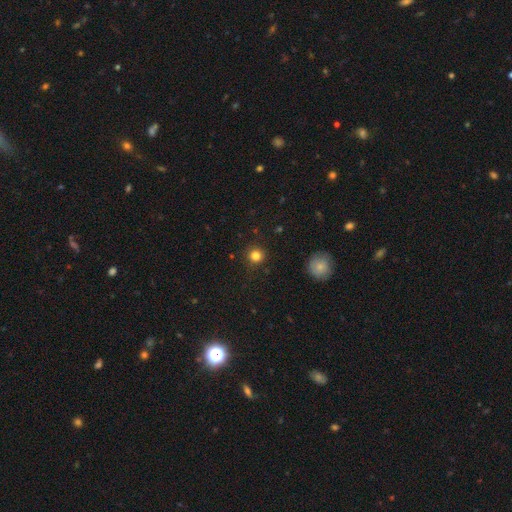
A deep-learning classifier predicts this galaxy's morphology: type=smooth (82%); roundness=round (94%); merging=none (88%).